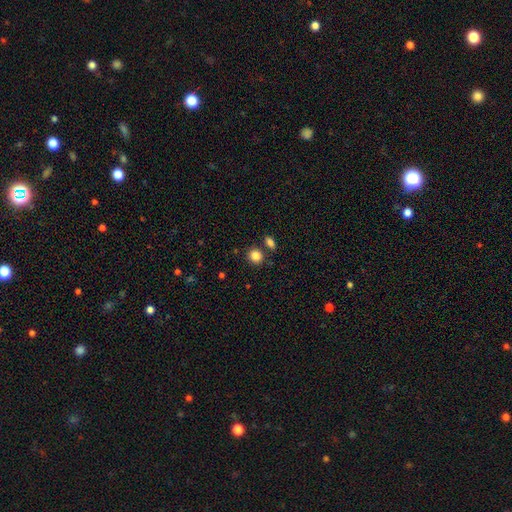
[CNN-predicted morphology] Smooth or featured? smooth (85%)
How rounded? round (79%)
Merging? none (79%)